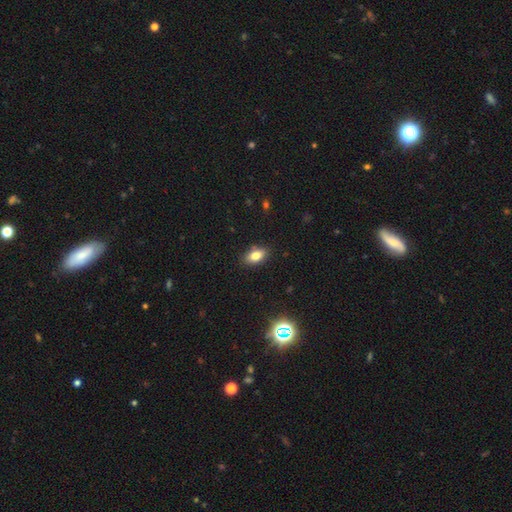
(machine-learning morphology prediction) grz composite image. It shows a smooth galaxy with no disk features (79%) that is in between round and cigar-shaped (88%). Merging: none (86%).